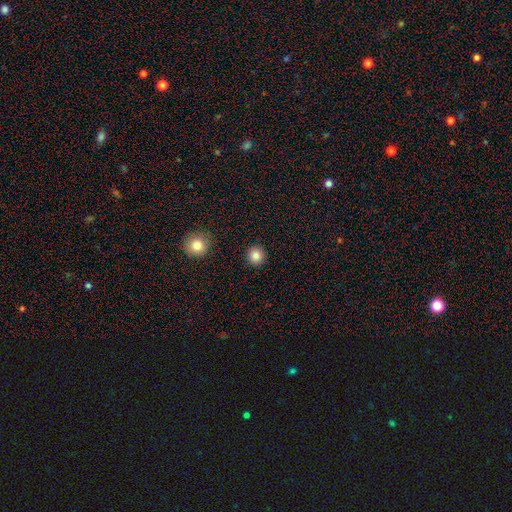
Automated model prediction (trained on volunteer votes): A smooth galaxy with no disk features (86%) that is round (94%).

Vote fractions:
- Smooth or featured? smooth: 86% / star or artifact: 10% / featured or disk: 4%
- How rounded? round: 94% / in between: 5% / cigar-shaped: 1%
- Merging? none: 92% / minor disturbance: 5% / major disturbance: 2% / merger: 1%